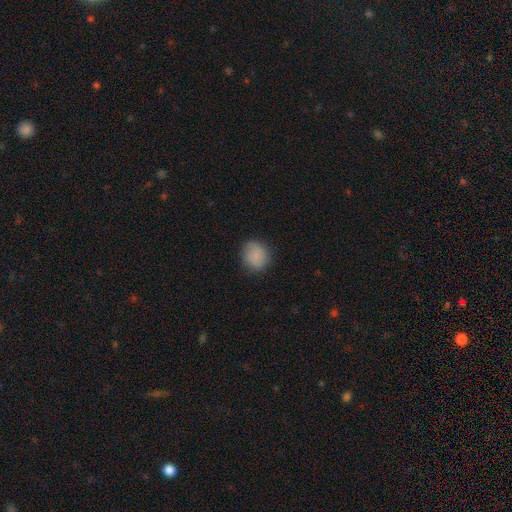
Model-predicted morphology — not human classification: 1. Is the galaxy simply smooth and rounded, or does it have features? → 85% smooth, 8% star or artifact, 6% featured or disk.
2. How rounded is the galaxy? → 74% round, 25% in between, 1% cigar-shaped.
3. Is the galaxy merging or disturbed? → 80% none, 15% minor disturbance, 4% major disturbance, 1% merger.